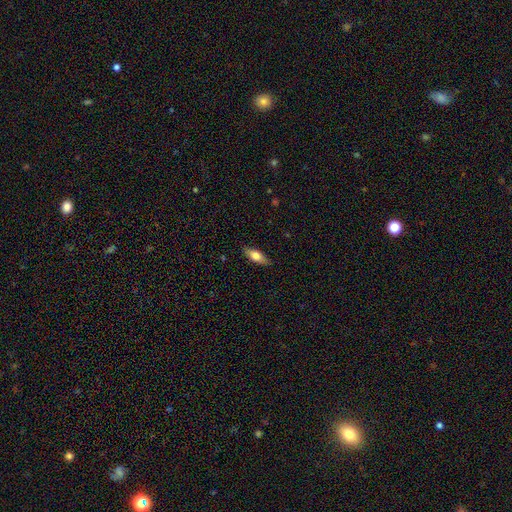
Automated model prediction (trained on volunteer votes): Morphology: type=smooth (65%); roundness=in between (67%); merging=none (85%).